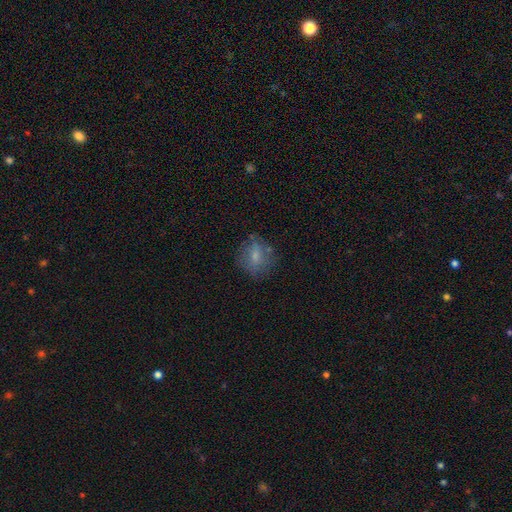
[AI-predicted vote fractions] Smooth or featured?
  - smooth: 67% *
  - featured or disk: 23%
  - star or artifact: 10%
How rounded?
  - round: 70% *
  - in between: 28%
  - cigar-shaped: 1%
Merging?
  - none: 68% *
  - minor disturbance: 20%
  - major disturbance: 10%
  - merger: 3%